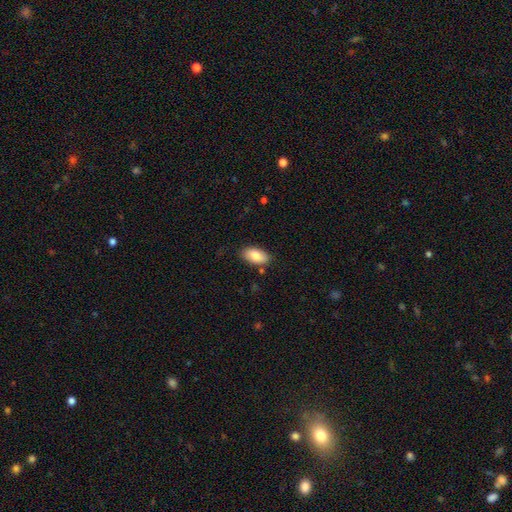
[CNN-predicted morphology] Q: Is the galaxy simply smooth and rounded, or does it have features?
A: smooth — 84%.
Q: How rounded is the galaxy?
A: in between — 94%.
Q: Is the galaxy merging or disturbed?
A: none — 83%.